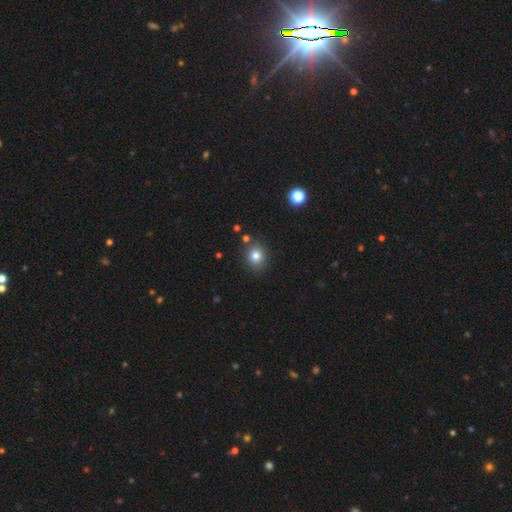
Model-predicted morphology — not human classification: This appears to be a smooth galaxy with no disk features (81%) that is round (72%). Merging: none (83%).